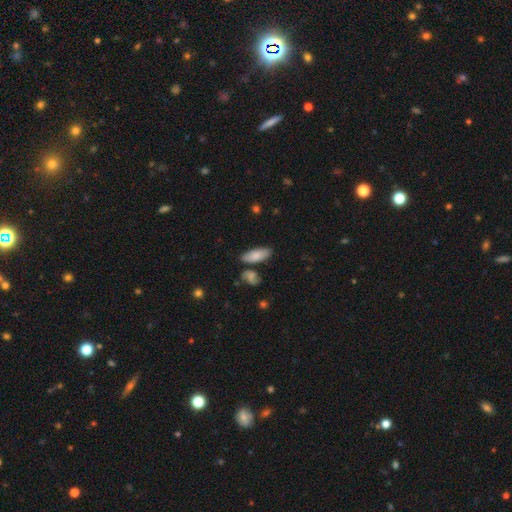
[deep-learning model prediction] Morphology: type=smooth (79%); roundness=in between (75%); merging=none (70%).